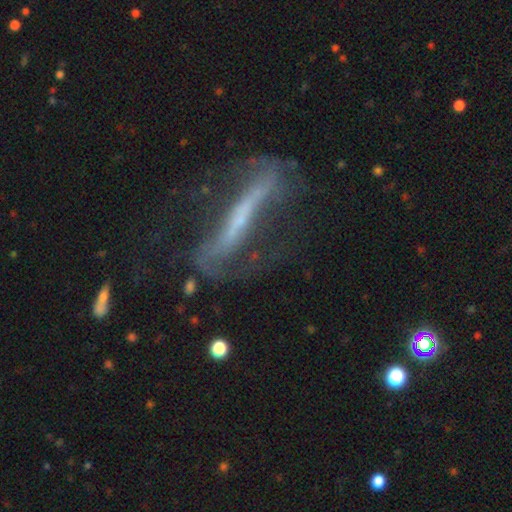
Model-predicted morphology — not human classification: Smooth or featured: featured or disk — 72% (smooth — 18%)
Edge-on disk: yes — 56% (no — 44%)
Merging: none — 55% (minor disturbance — 21%)